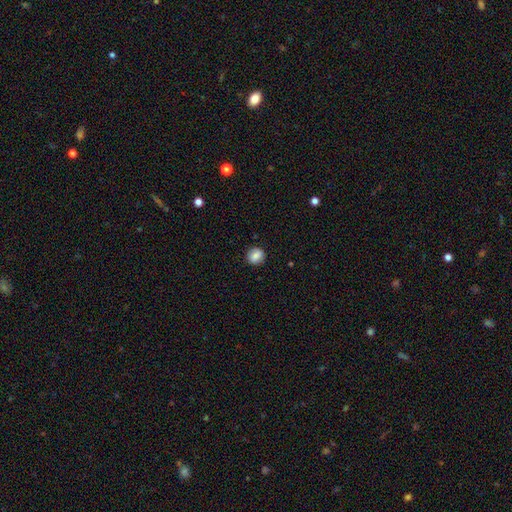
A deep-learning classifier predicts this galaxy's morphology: A smooth galaxy with no disk features (85%) that is round (81%).

Vote fractions:
- Smooth or featured? smooth: 85% / star or artifact: 9% / featured or disk: 6%
- How rounded? round: 81% / in between: 18% / cigar-shaped: 1%
- Merging? none: 88% / minor disturbance: 9% / major disturbance: 2% / merger: 1%